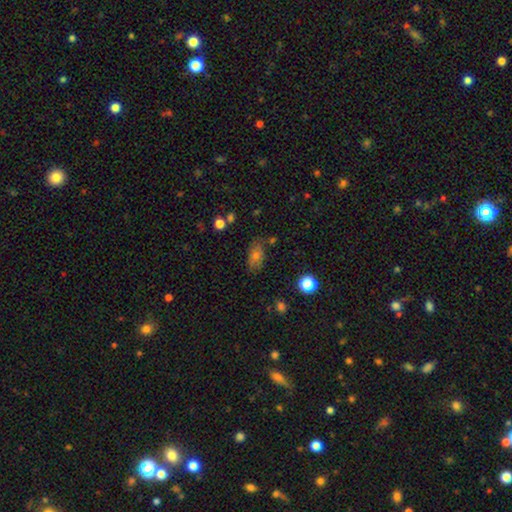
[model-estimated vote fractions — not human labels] A smooth galaxy with no disk features (65%) that is in between round and cigar-shaped (84%). Merging: none (74%).